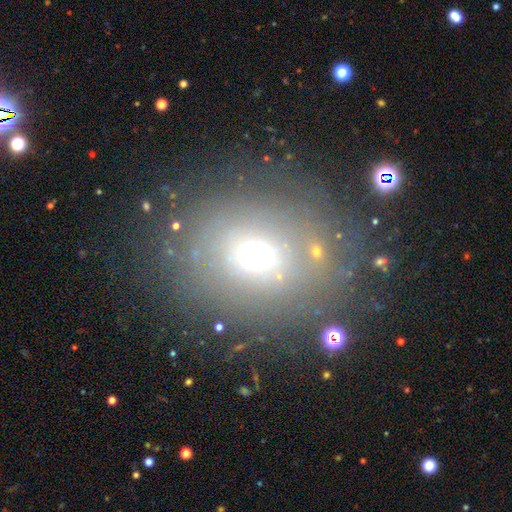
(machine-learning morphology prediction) type=smooth (52%); roundness=round (64%); merging=none (76%).